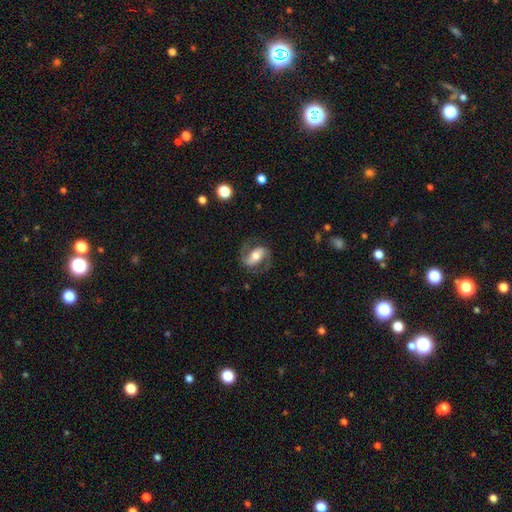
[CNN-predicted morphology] The model was most divided on "bar": strong: 45%, weak: 32%, no: 23%. More confident: edge-on disk — no (96%); spiral arms — yes (92%); spiral arm count — 2 (91%); smooth or featured — featured or disk (78%); merging — none (76%); bulge size — moderate (64%); spiral winding — medium (53%).